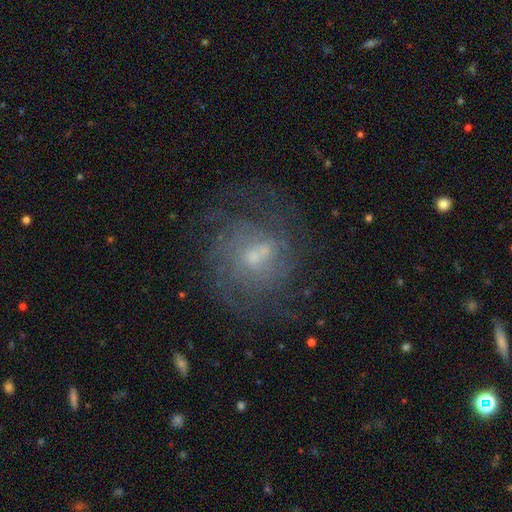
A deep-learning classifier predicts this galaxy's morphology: Smooth or featured? Predicted: featured or disk (p=0.71). Edge-on disk? Predicted: no (p=0.97). Bar? Predicted: no (p=0.55). Spiral arms? Predicted: yes (p=0.81). Spiral winding? Predicted: tight (p=0.49). Spiral arm count? Predicted: can't tell (p=0.50). Bulge size? Predicted: small (p=0.62). Merging? Predicted: none (p=0.64).